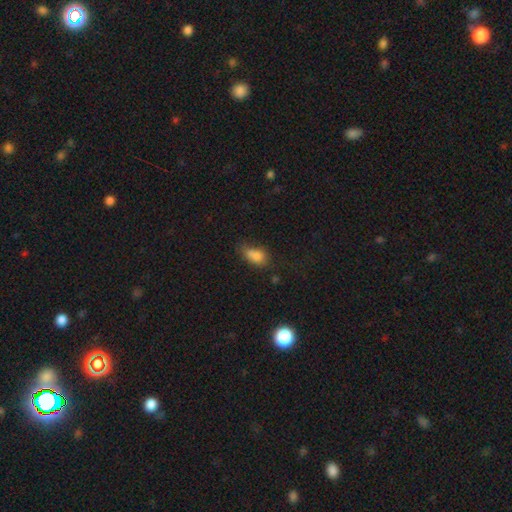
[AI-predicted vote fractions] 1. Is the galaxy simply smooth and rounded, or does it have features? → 76% smooth, 13% star or artifact, 11% featured or disk.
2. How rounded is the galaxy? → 77% in between, 18% round, 5% cigar-shaped.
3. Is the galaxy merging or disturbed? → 38% none, 28% minor disturbance, 19% merger, 15% major disturbance.